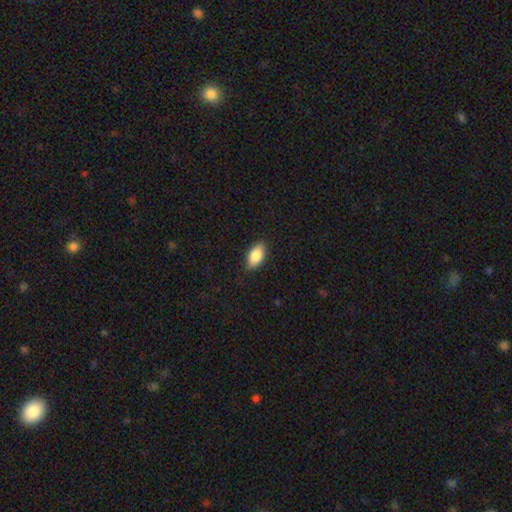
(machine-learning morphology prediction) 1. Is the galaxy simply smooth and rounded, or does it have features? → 85% smooth, 9% featured or disk, 7% star or artifact.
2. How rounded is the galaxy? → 92% in between, 4% round, 4% cigar-shaped.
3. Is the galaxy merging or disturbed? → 86% none, 11% minor disturbance, 2% major disturbance, 1% merger.